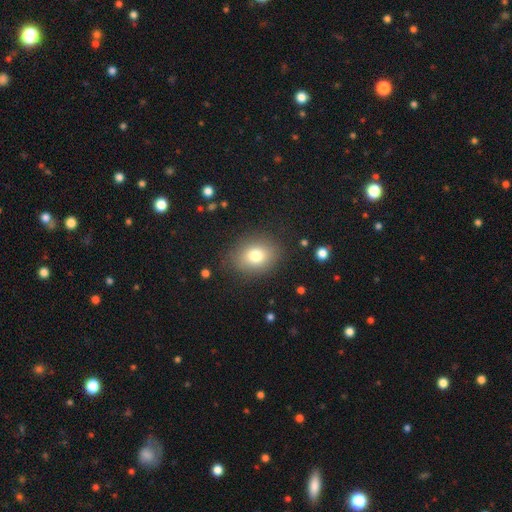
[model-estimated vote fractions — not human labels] A smooth galaxy with no disk features (78%) that is round (51%).

Vote fractions:
- Smooth or featured? smooth: 78% / star or artifact: 11% / featured or disk: 11%
- How rounded? round: 51% / in between: 48% / cigar-shaped: 1%
- Merging? none: 84% / minor disturbance: 11% / major disturbance: 4% / merger: 1%